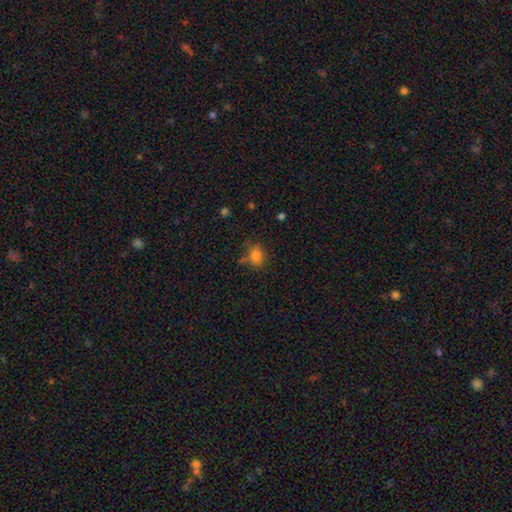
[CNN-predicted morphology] A smooth galaxy with no disk features (80%) that is in between round and cigar-shaped (53%). Merging: none (66%).